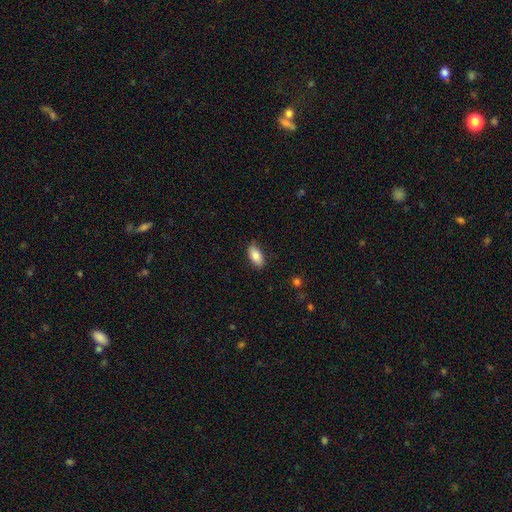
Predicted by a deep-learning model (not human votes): This appears to be a smooth galaxy with no disk features (83%) that is in between round and cigar-shaped (90%). Merging: none (84%).